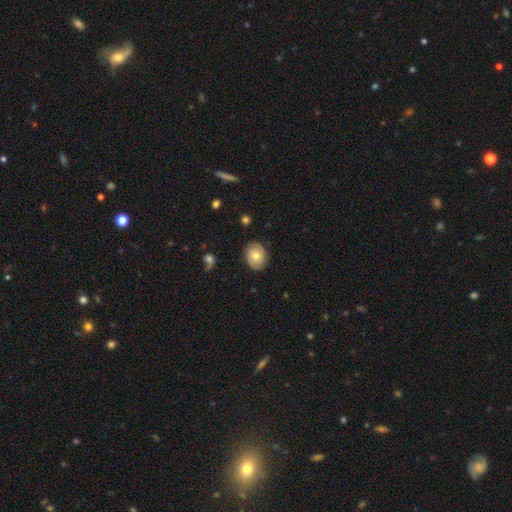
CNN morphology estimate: type=smooth (52%); roundness=round (51%); merging=none (83%).